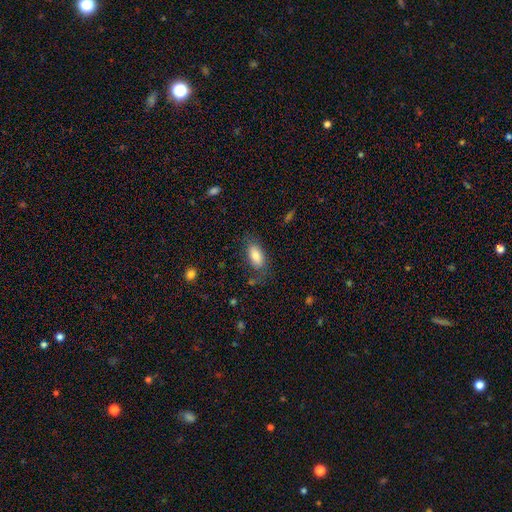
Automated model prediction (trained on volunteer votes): Morphology: type=smooth (80%); roundness=in between (91%); merging=none (69%).